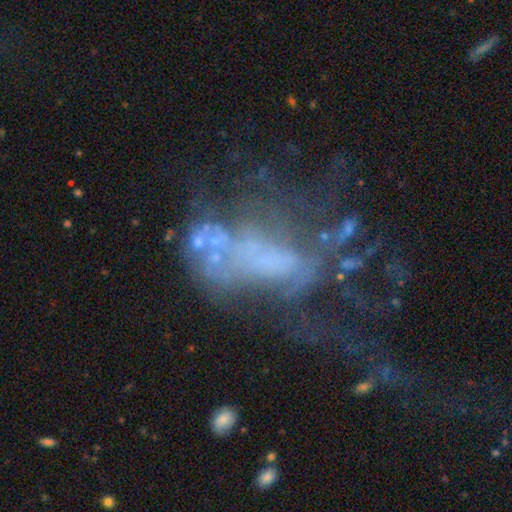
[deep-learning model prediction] featured or disk 62%, star or artifact 20%, smooth 18%. Down the decision tree: edge-on disk — no (94%); bar — no (82%); spiral arms — no (80%); bulge size — none (61%); merging — major disturbance (53%).